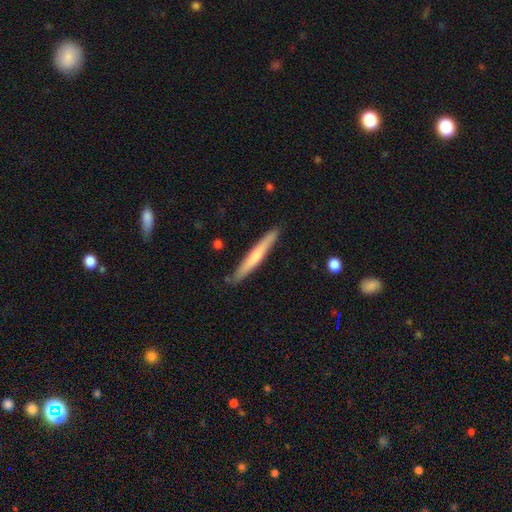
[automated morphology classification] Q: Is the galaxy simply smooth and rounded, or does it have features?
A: smooth — 58%.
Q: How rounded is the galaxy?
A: cigar-shaped — 96%.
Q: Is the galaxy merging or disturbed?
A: none — 86%.